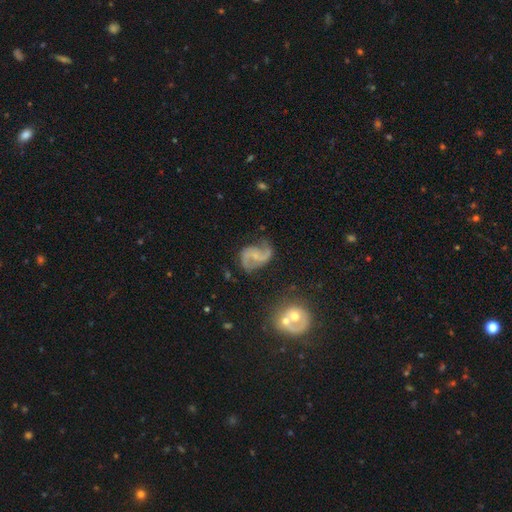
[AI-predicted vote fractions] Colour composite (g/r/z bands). It shows a featured or disk galaxy (88%) with no bar (47%), 2 (93%) loose (46%) spiral arms (97%) and a small central bulge (62%). Merging: none (71%).